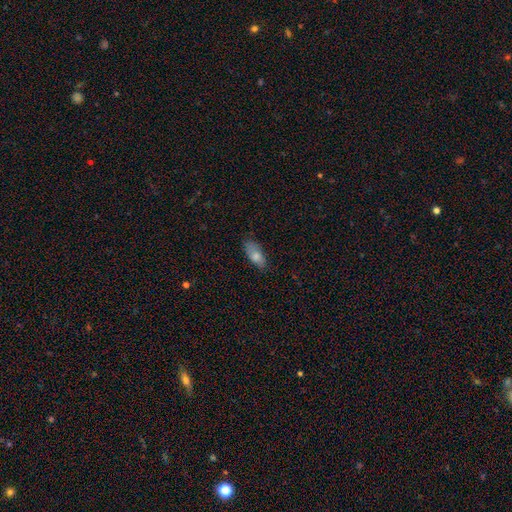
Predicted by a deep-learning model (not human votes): The model was most divided on "merging": none: 70%, minor disturbance: 23%, major disturbance: 5%, merger: 1%. More confident: how rounded — in between (84%); smooth or featured — smooth (79%).